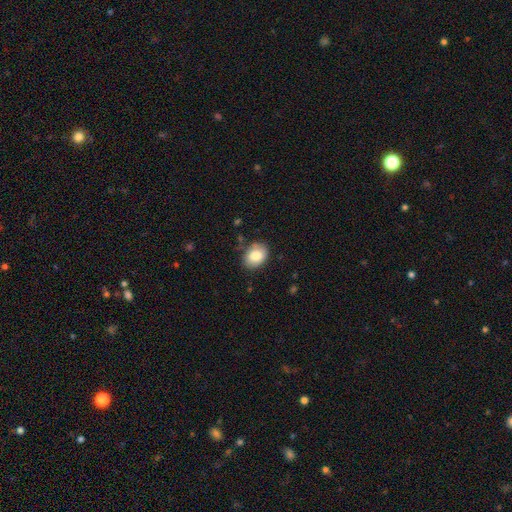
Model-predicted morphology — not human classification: Smooth or featured?
  - smooth: 83% *
  - featured or disk: 9%
  - star or artifact: 8%
How rounded?
  - in between: 69% *
  - round: 30%
  - cigar-shaped: 1%
Merging?
  - none: 77% *
  - minor disturbance: 17%
  - major disturbance: 4%
  - merger: 2%